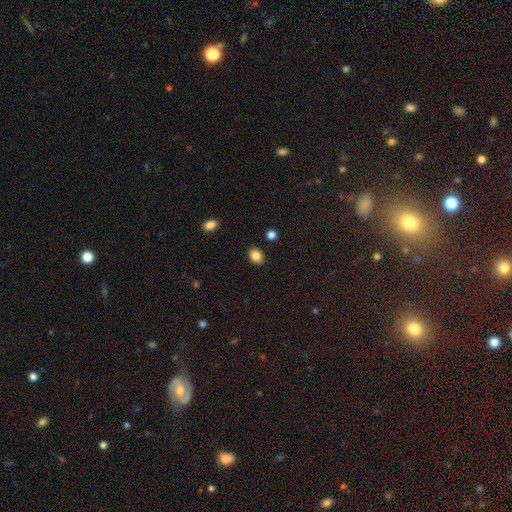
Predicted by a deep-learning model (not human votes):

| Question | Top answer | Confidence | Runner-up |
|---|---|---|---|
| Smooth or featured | smooth | 85% | star or artifact (9%) |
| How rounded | in between | 65% | round (34%) |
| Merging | none | 88% | minor disturbance (8%) |